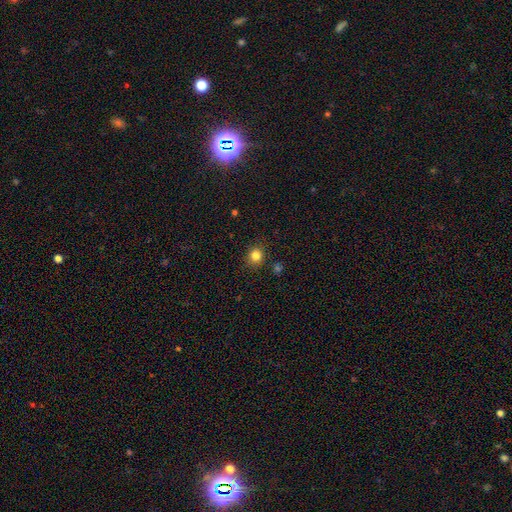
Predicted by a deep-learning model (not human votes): Smooth or featured? smooth (83%)
How rounded? round (78%)
Merging? none (86%)